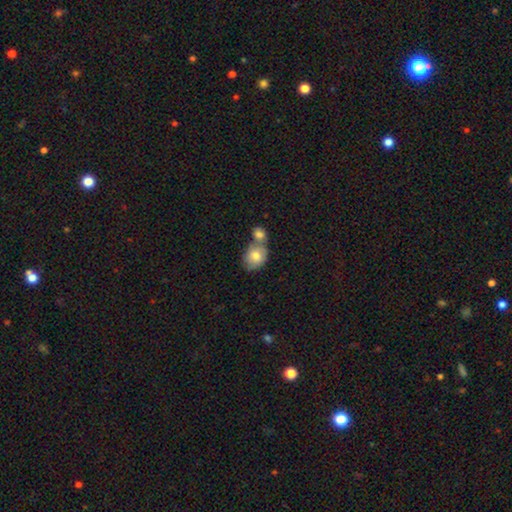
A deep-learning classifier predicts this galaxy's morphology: Smooth or featured?
  - smooth: 76% *
  - featured or disk: 17%
  - star or artifact: 7%
How rounded?
  - in between: 55% *
  - round: 44%
  - cigar-shaped: 1%
Merging?
  - merger: 53% *
  - none: 31%
  - minor disturbance: 11%
  - major disturbance: 4%